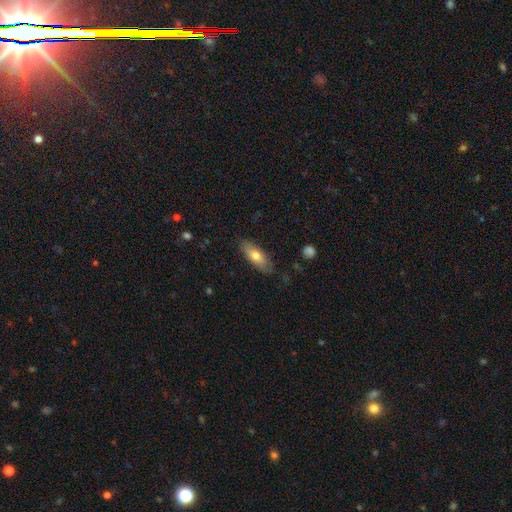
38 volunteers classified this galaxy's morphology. Smooth or featured?
  - smooth: 66% *
  - featured or disk: 26%
  - star or artifact: 8%
How rounded?
  - in between: 56% *
  - cigar-shaped: 36%
  - round: 8%
Merging?
  - none: 83% *
  - minor disturbance: 11%
  - major disturbance: 3%
  - merger: 3%